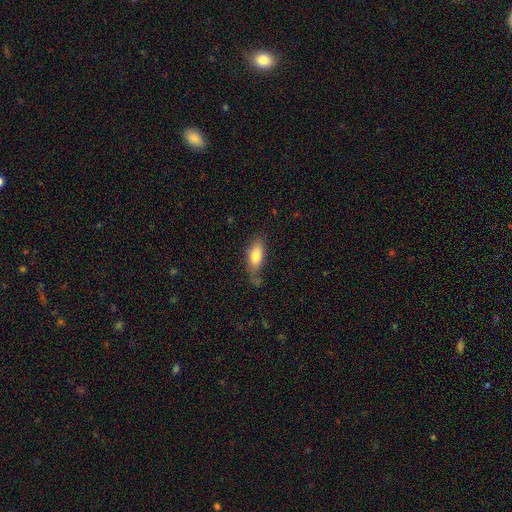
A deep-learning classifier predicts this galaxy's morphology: smooth 78%, featured or disk 15%, star or artifact 7%. Down the decision tree: how rounded — in between (79%); merging — none (60%).